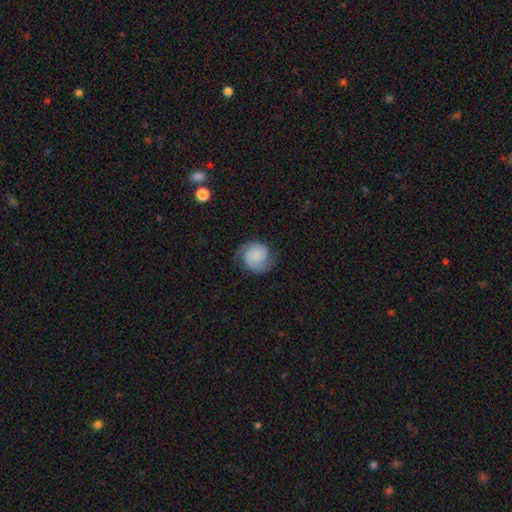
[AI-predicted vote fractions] A featured or disk galaxy (64%) with no bar (73%), 2 (90%) medium (42%) spiral arms (95%) and a small central bulge (43%). Merging: none (74%).